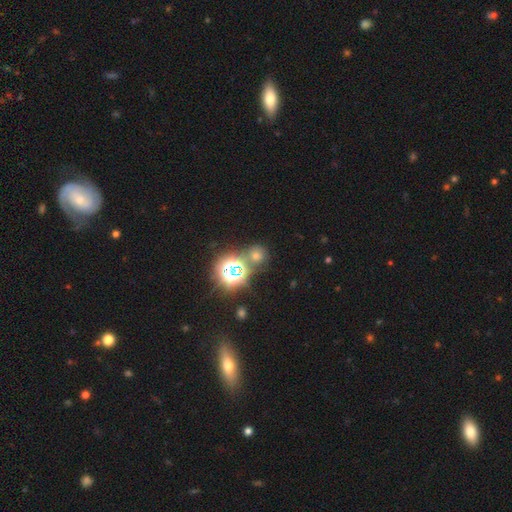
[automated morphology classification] Smooth or featured: star or artifact — 46% (tied with smooth — 46%)